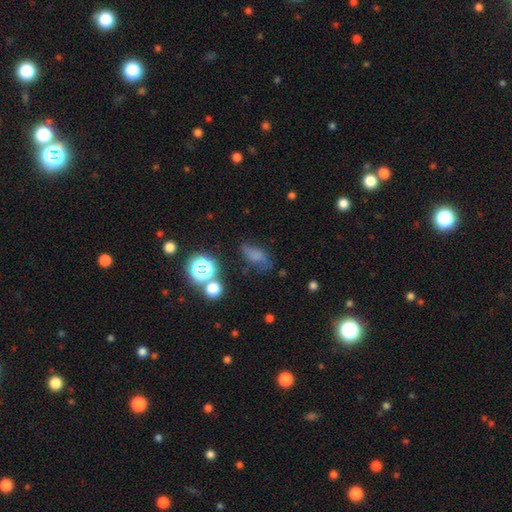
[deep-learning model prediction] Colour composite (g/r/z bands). It shows a smooth galaxy with no disk features (50%) that is in between round and cigar-shaped (72%). Merging: none (51%).